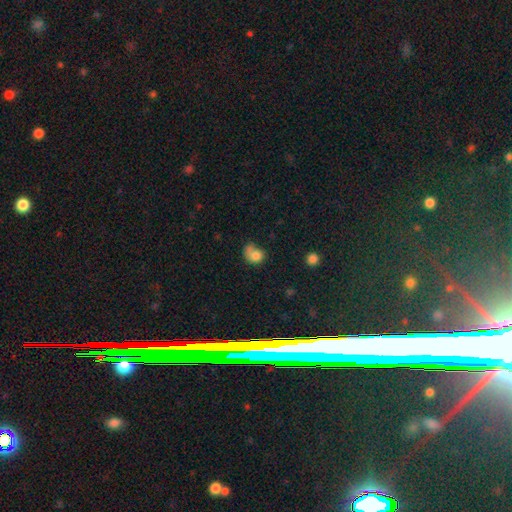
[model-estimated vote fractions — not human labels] Overall: smooth (77%). How rounded: round (53%; in between 46%). Merging: none (33%; minor disturbance 26%).